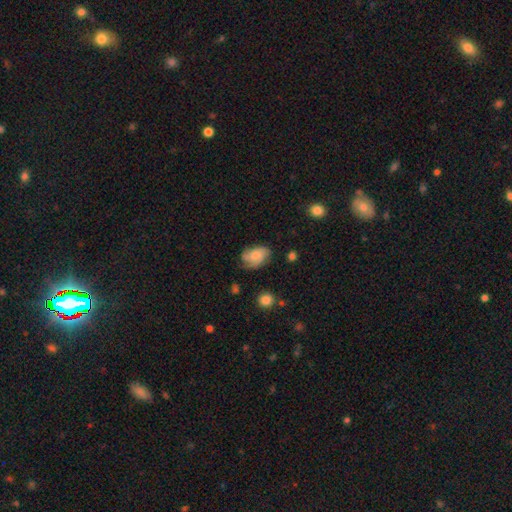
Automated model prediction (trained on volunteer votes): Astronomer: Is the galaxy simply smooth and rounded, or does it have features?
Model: smooth — 49% (runner-up: featured or disk, 43%).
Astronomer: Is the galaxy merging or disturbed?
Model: none — 58%.